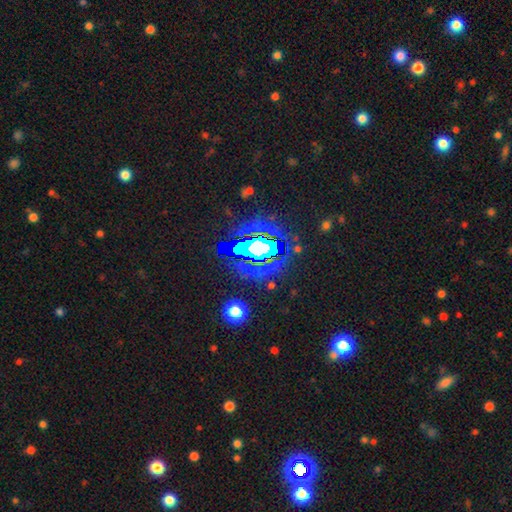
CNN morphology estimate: star or artifact 81%, smooth 9%, featured or disk 9%.